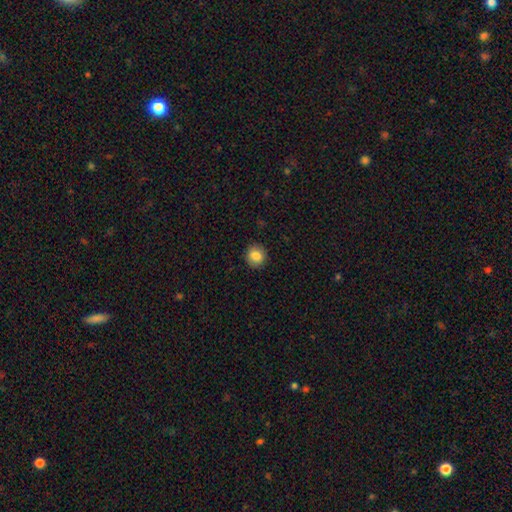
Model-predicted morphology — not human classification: A smooth galaxy with no disk features (85%) that is round (87%).

Vote fractions:
- Smooth or featured? smooth: 85% / star or artifact: 9% / featured or disk: 6%
- How rounded? round: 87% / in between: 12% / cigar-shaped: 1%
- Merging? none: 91% / minor disturbance: 6% / major disturbance: 2% / merger: 1%